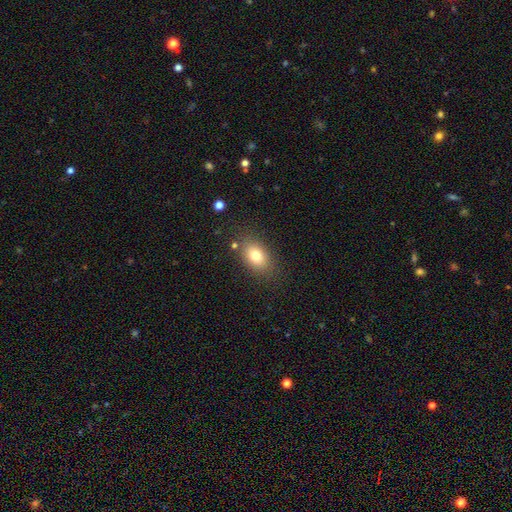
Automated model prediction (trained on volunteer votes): This is likely a smooth galaxy (78%). How rounded: clearly in between (82%). Merging: clearly none (81%).